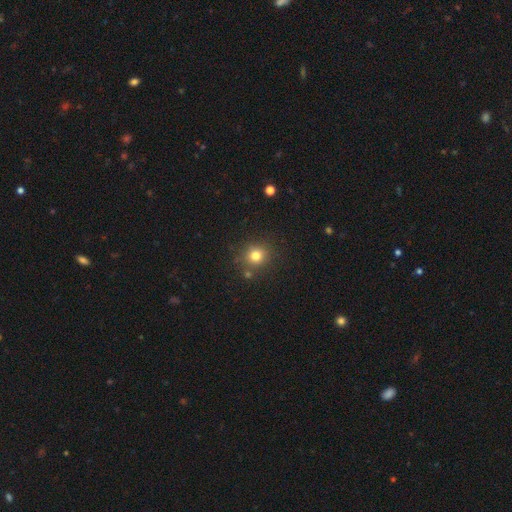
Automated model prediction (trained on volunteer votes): This is likely a smooth galaxy (79%). How rounded: clearly round (86%). Merging: clearly none (81%).